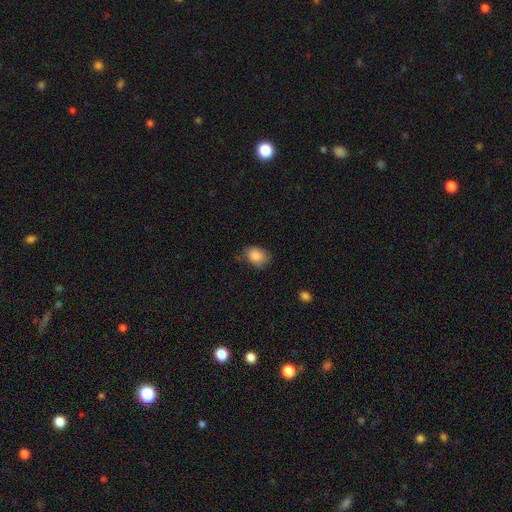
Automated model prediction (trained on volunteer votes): Q: Smooth or featured?
A: smooth (85%); runner-up: star or artifact (8%)
Q: How rounded?
A: in between (63%); runner-up: round (36%)
Q: Merging?
A: none (62%); runner-up: minor disturbance (29%)